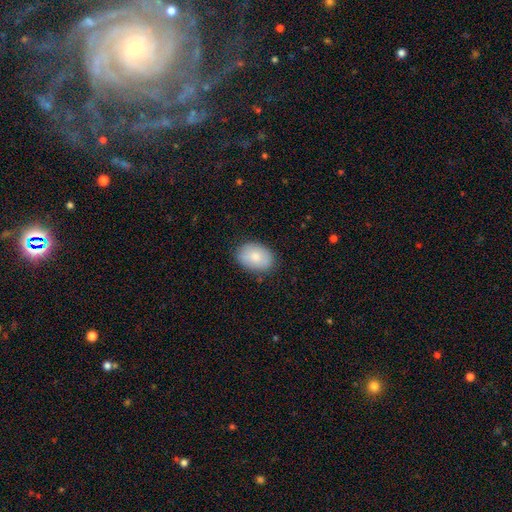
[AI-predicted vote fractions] smooth-or-featured: smooth: 82% | featured or disk: 12% | star or artifact: 6%
  how-rounded: in between: 83% | round: 16% | cigar-shaped: 1%
  merging: none: 84% | minor disturbance: 12% | major disturbance: 3% | merger: 1%